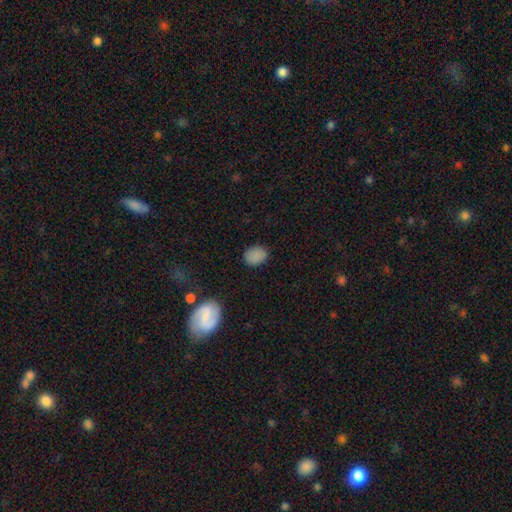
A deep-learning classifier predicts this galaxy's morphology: This appears to be a smooth galaxy with no disk features (84%) that is in between round and cigar-shaped (65%). Merging: none (83%).